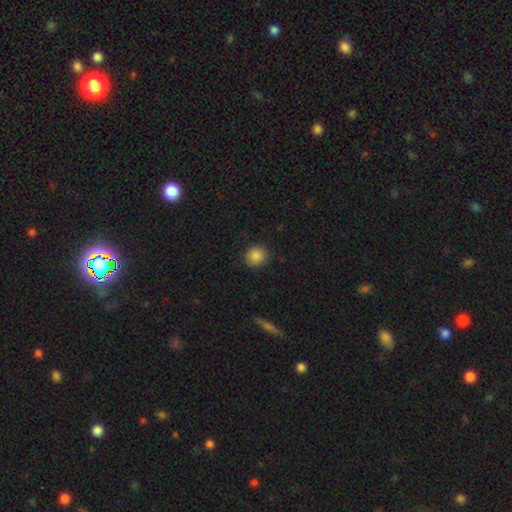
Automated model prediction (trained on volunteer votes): Morphology: type=smooth (87%); roundness=round (81%); merging=none (88%).